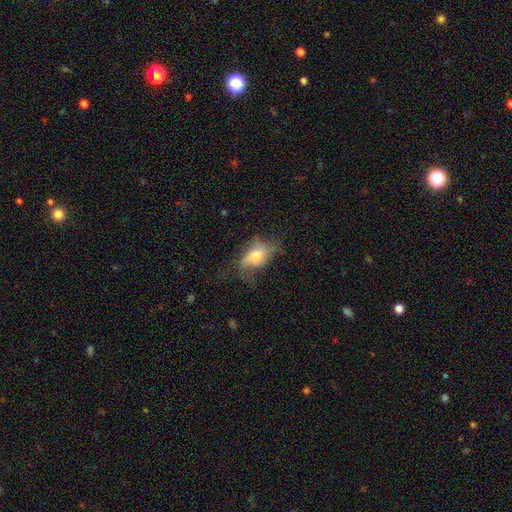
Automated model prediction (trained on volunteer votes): smooth 53%, featured or disk 38%, star or artifact 10%. Down the decision tree: how rounded — in between (83%); merging — none (38%).